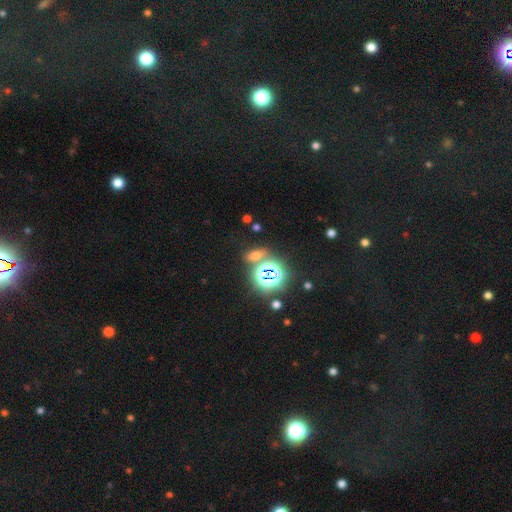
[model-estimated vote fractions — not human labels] Smooth or featured: smooth — 45% (tied with star or artifact — 45%)
Merging: none — 68% (merger — 16%)